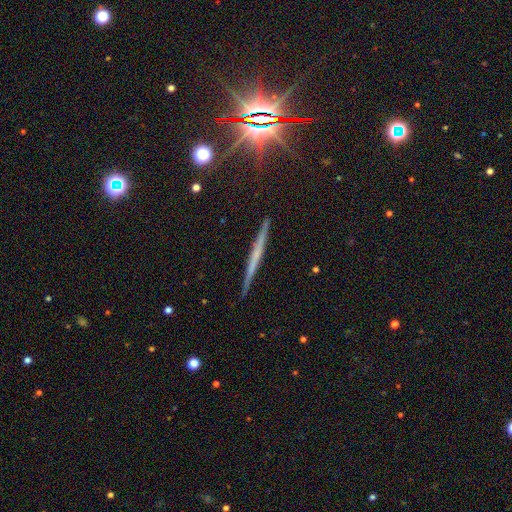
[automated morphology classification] This is possibly a featured or disk galaxy (55%). It is clearly viewed edge-on (97%). Edge-on bulge: likely none (78%). Merging: clearly none (89%).